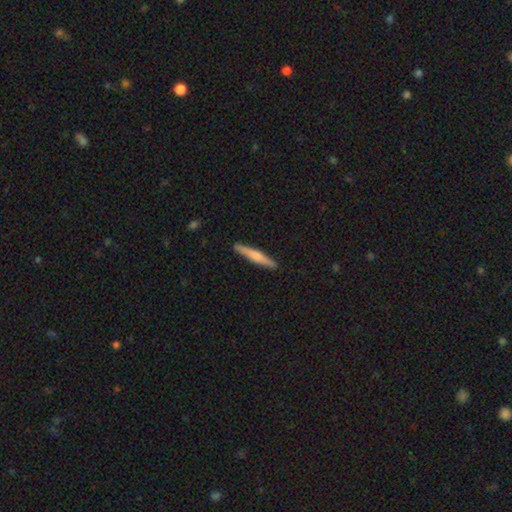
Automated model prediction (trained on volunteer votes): Smooth or featured? smooth (58%)
How rounded? cigar-shaped (94%)
Merging? none (91%)